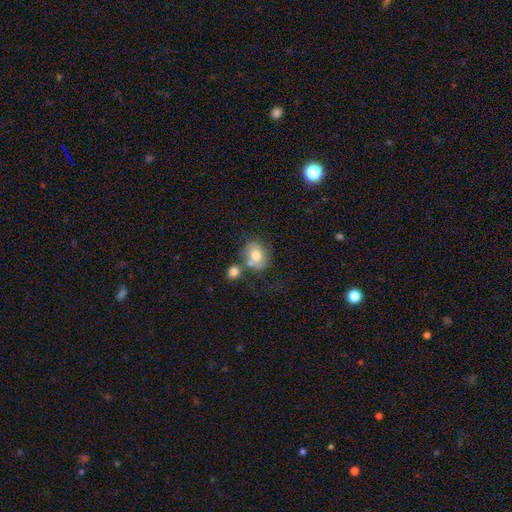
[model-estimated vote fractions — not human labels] Smooth or featured? smooth (68%)
How rounded? in between (60%)
Merging? none (45%)